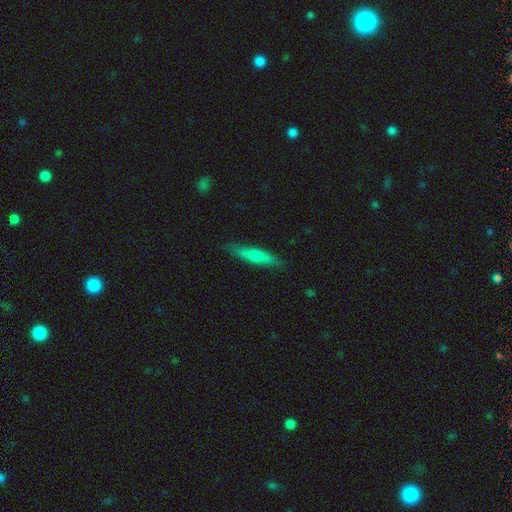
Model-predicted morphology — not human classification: type=smooth (63%); roundness=cigar-shaped (80%); merging=none (83%).